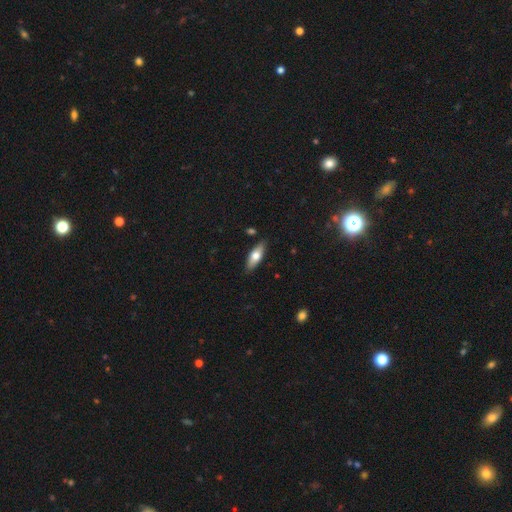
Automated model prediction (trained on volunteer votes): The model was most divided on "how rounded": in between: 63%, cigar-shaped: 34%, round: 3%. More confident: merging — none (87%); smooth or featured — smooth (63%).